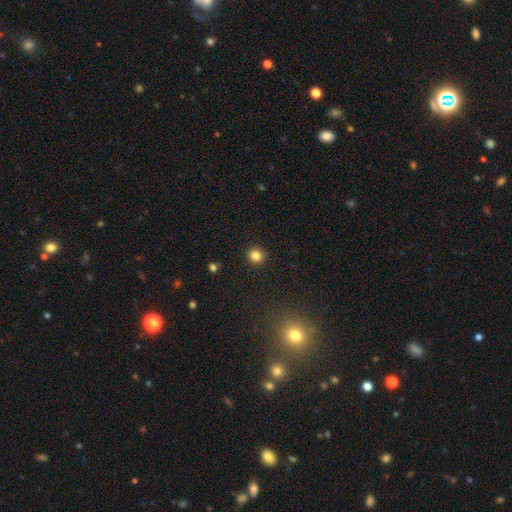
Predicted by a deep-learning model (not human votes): Q: Smooth or featured?
A: smooth (83%); runner-up: star or artifact (13%)
Q: How rounded?
A: round (92%); runner-up: in between (7%)
Q: Merging?
A: none (92%); runner-up: minor disturbance (5%)